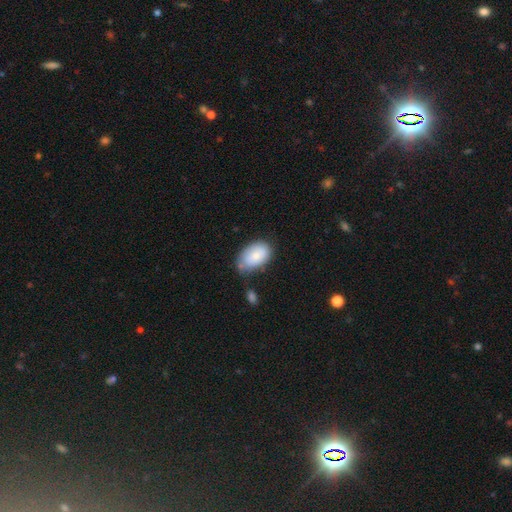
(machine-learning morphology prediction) smooth 79%, featured or disk 14%, star or artifact 6%. Down the decision tree: how rounded — in between (92%); merging — none (58%).